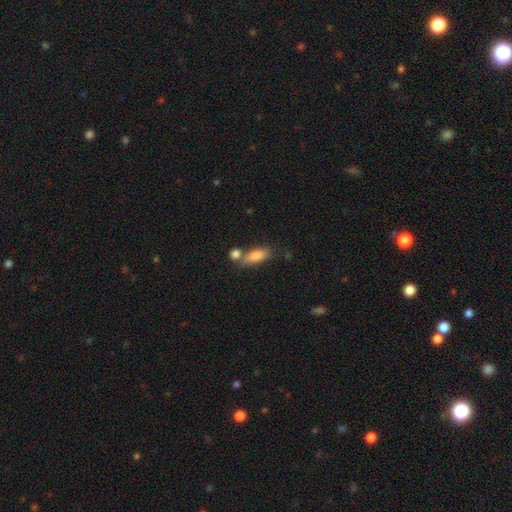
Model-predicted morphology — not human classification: This is clearly a smooth galaxy (81%). How rounded: likely in between (70%). Merging: possibly none (57%).